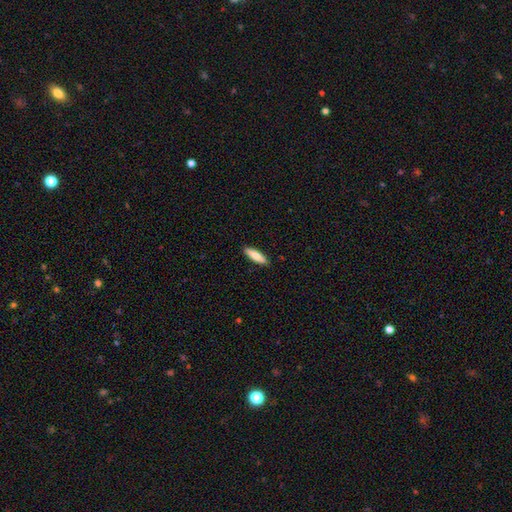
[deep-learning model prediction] Smooth or featured? Predicted: smooth (p=0.78). How rounded? Predicted: cigar-shaped (p=0.62). Merging? Predicted: none (p=0.90).